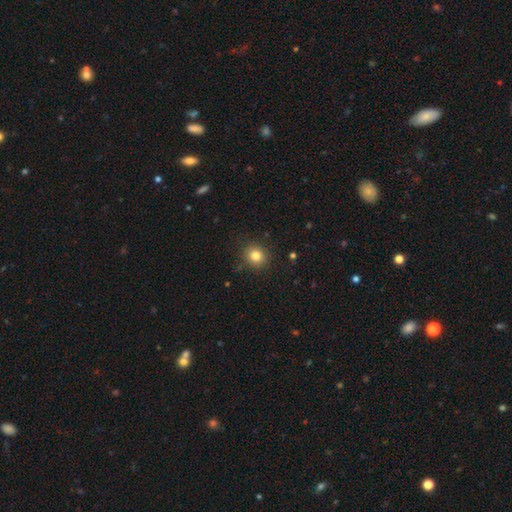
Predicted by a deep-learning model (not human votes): Smooth or featured? Predicted: smooth (p=0.81). How rounded? Predicted: round (p=0.83). Merging? Predicted: none (p=0.88).